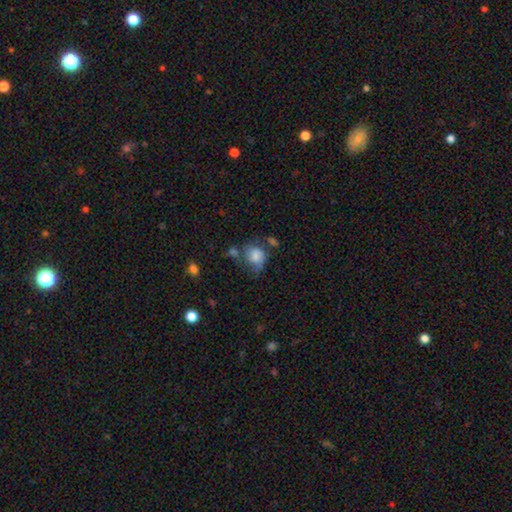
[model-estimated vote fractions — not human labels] smooth_or_featured: smooth (p=0.62) [alt: featured or disk p=0.29]
how_rounded: round (p=0.57) [alt: in between p=0.42]
merging: none (p=0.34) [alt: minor disturbance p=0.27]